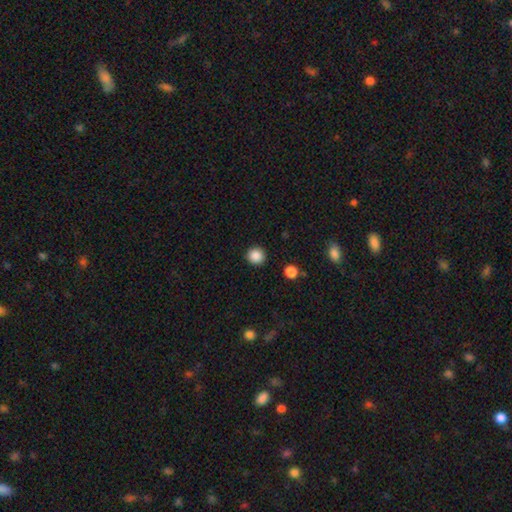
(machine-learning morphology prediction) smooth-or-featured: smooth: 87% | star or artifact: 10% | featured or disk: 3%
  how-rounded: round: 94% | in between: 5% | cigar-shaped: 1%
  merging: none: 92% | minor disturbance: 5% | major disturbance: 2% | merger: 1%